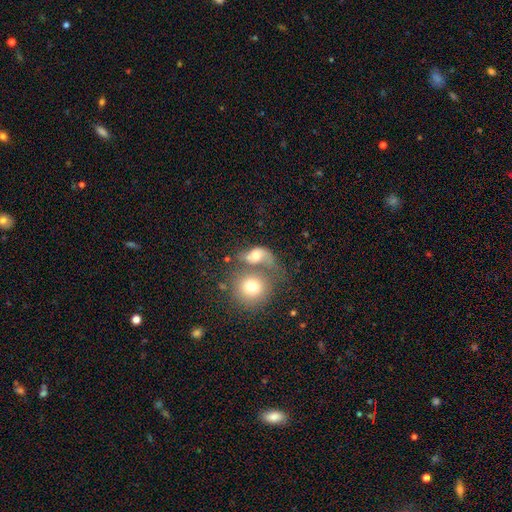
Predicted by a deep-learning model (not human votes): A smooth galaxy with no disk features (57%) that is in between round and cigar-shaped (52%). Merging: merger (53%).